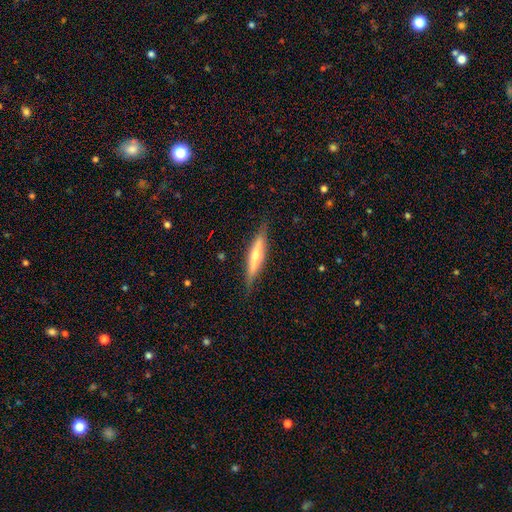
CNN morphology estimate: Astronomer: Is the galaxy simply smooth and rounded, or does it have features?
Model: featured or disk — 54% (runner-up: smooth, 40%).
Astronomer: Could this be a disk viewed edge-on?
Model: yes — 94%.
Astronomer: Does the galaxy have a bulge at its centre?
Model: rounded — 72%.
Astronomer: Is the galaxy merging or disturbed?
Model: none — 86%.